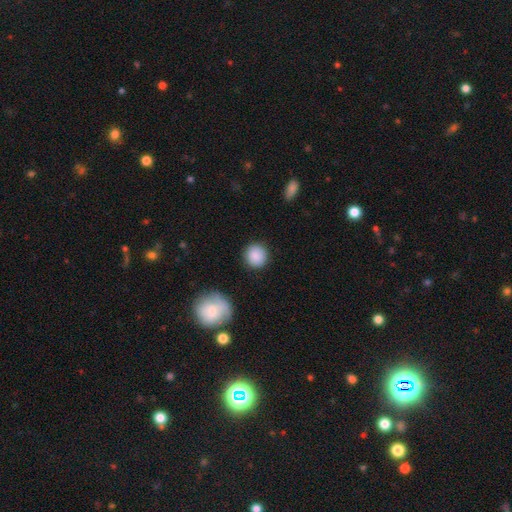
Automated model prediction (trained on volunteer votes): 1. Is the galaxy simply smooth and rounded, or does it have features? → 87% smooth, 8% star or artifact, 5% featured or disk.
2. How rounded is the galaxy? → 90% round, 9% in between, 1% cigar-shaped.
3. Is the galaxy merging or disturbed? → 89% none, 7% minor disturbance, 2% major disturbance, 2% merger.